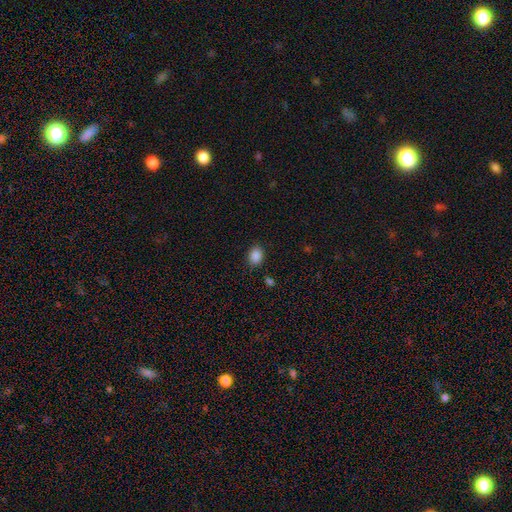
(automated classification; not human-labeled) smooth-or-featured: smooth: 87% | star or artifact: 10% | featured or disk: 3%
  how-rounded: in between: 59% | round: 40% | cigar-shaped: 1%
  merging: none: 86% | minor disturbance: 10% | major disturbance: 3% | merger: 2%